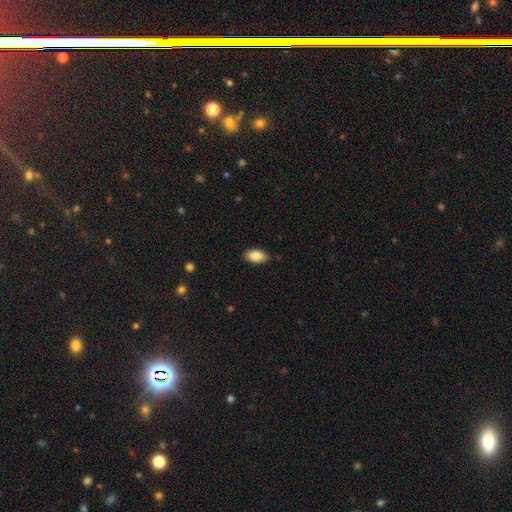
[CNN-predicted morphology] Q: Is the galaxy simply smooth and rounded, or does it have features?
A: smooth — 85%.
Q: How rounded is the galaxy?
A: in between — 93%.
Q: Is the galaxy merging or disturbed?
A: none — 86%.